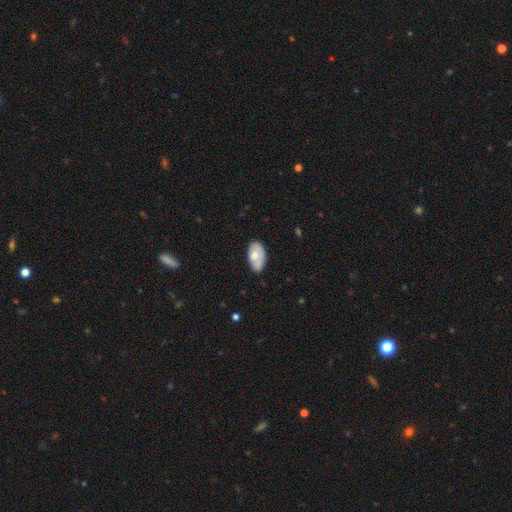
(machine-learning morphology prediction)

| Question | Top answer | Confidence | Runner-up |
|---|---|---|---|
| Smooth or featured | smooth | 66% | featured or disk (27%) |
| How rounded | in between | 94% | round (4%) |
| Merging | none | 65% | minor disturbance (26%) |